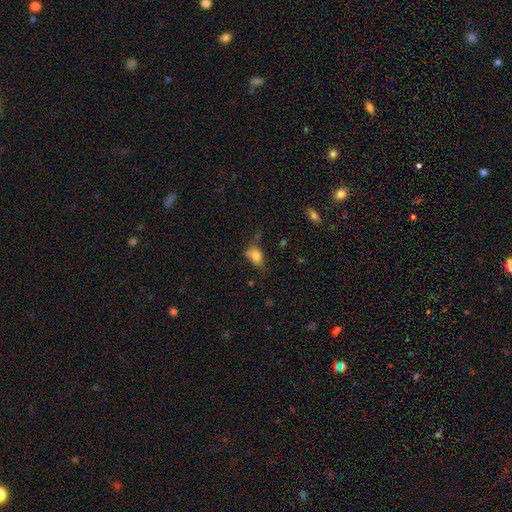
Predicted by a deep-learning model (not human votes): This is likely a smooth galaxy (76%). How rounded: likely in between (72%). Merging: marginally none (38%).